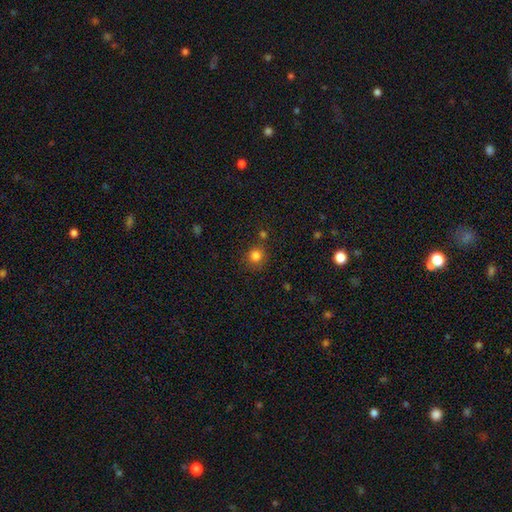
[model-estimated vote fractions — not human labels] smooth_or_featured: smooth (p=0.81) [alt: star or artifact p=0.13]
how_rounded: round (p=0.89) [alt: in between p=0.10]
merging: none (p=0.77) [alt: minor disturbance p=0.11]